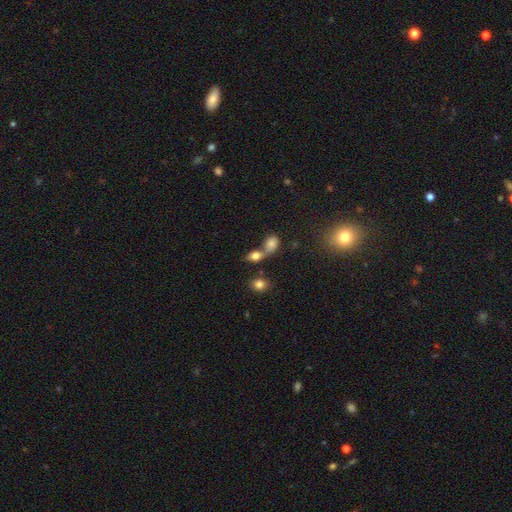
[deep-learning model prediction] Smooth or featured: smooth — 74% (featured or disk — 14%)
How rounded: in between — 69% (round — 26%)
Merging: merger — 49% (none — 34%)